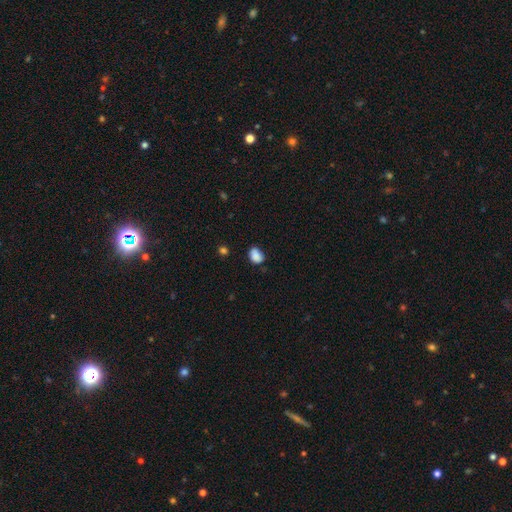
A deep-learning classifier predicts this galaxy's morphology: Overall: smooth (86%). How rounded: in between (76%). Merging: none (68%).